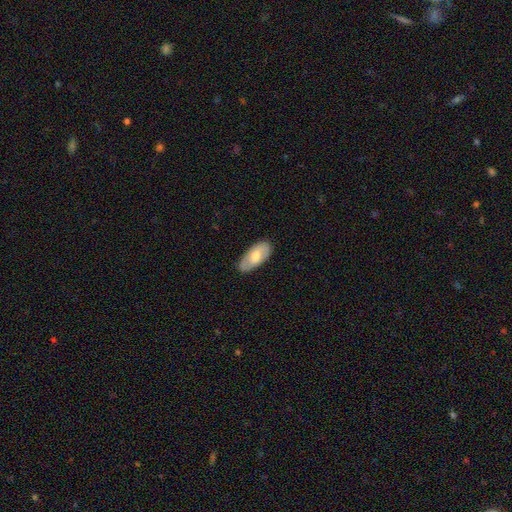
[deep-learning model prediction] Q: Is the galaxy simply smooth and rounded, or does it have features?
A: smooth — 57%.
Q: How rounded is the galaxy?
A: in between — 91%.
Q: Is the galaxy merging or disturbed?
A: none — 82%.